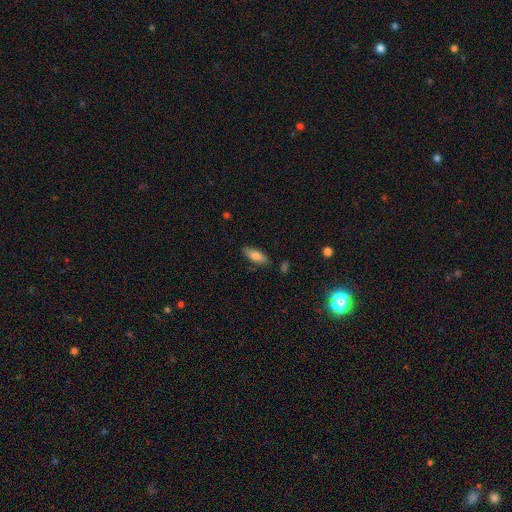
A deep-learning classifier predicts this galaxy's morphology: Smooth or featured? smooth (80%)
How rounded? in between (71%)
Merging? none (80%)